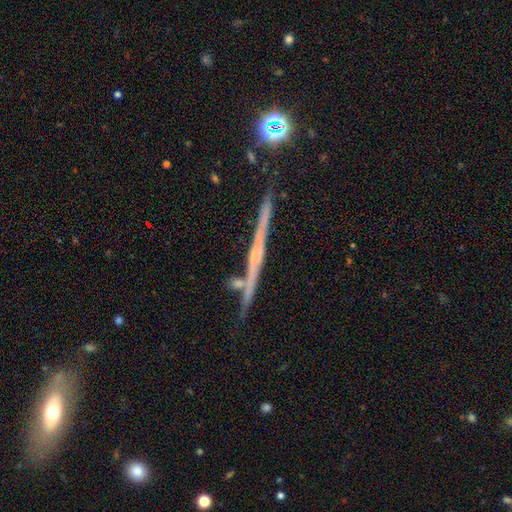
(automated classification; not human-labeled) Morphology: type=featured or disk (73%); edge-on=yes (97%); edge-on bulge=none (65%); merging=none (83%).